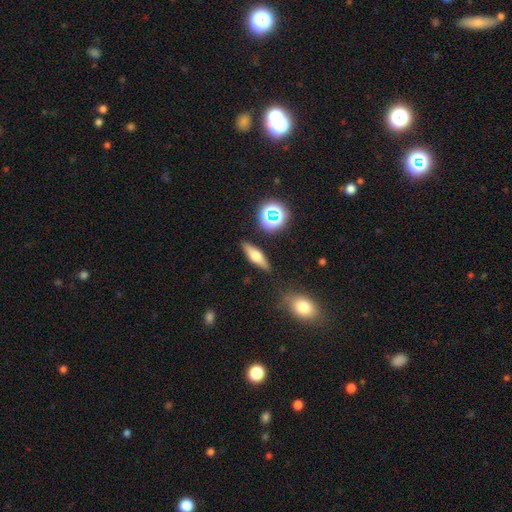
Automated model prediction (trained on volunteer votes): Smooth or featured?
  - smooth: 53% *
  - featured or disk: 37%
  - star or artifact: 11%
How rounded?
  - cigar-shaped: 50% *
  - in between: 44%
  - round: 6%
Merging?
  - none: 85% *
  - minor disturbance: 10%
  - merger: 3%
  - major disturbance: 3%